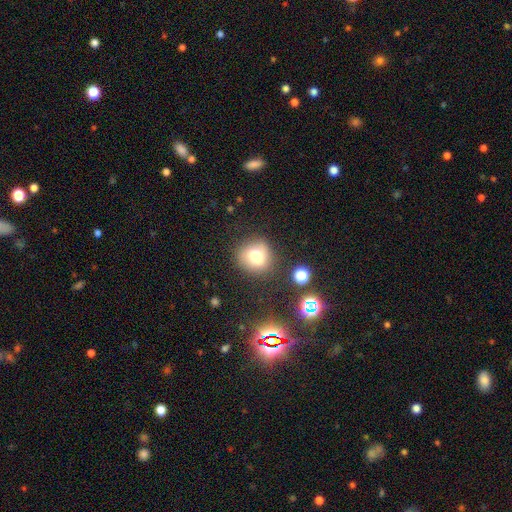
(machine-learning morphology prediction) A smooth galaxy with no disk features (71%) that is round (79%).

Vote fractions:
- Smooth or featured? smooth: 71% / featured or disk: 15% / star or artifact: 14%
- How rounded? round: 79% / in between: 20% / cigar-shaped: 1%
- Merging? none: 77% / minor disturbance: 14% / major disturbance: 5% / merger: 4%